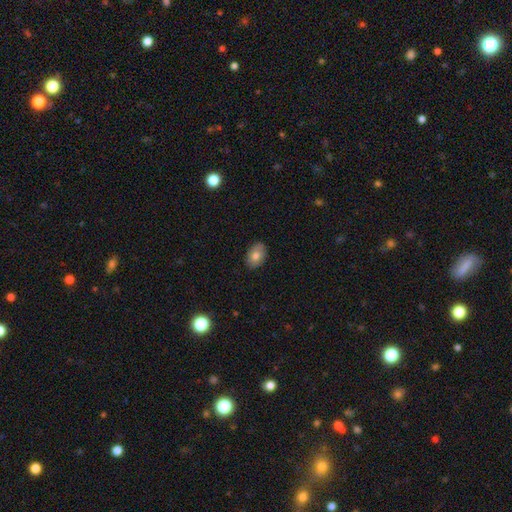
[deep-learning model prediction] A smooth galaxy with no disk features (77%) that is in between round and cigar-shaped (82%).

Vote fractions:
- Smooth or featured? smooth: 77% / featured or disk: 15% / star or artifact: 8%
- How rounded? in between: 82% / round: 17% / cigar-shaped: 1%
- Merging? none: 86% / minor disturbance: 11% / major disturbance: 2% / merger: 1%